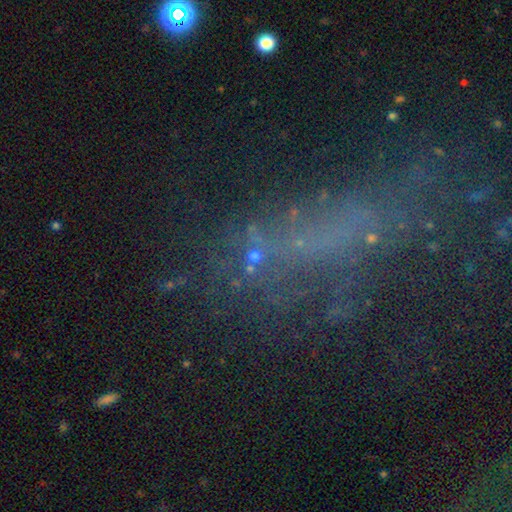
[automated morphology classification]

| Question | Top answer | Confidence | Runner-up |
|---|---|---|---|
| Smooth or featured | star or artifact | 52% | featured or disk (26%) |